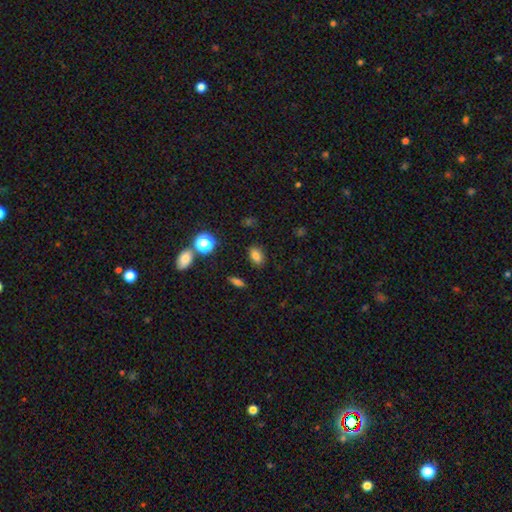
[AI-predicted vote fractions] A smooth galaxy with no disk features (78%) that is in between round and cigar-shaped (81%).

Vote fractions:
- Smooth or featured? smooth: 78% / star or artifact: 15% / featured or disk: 7%
- How rounded? in between: 81% / round: 16% / cigar-shaped: 3%
- Merging? none: 85% / minor disturbance: 10% / merger: 3% / major disturbance: 3%